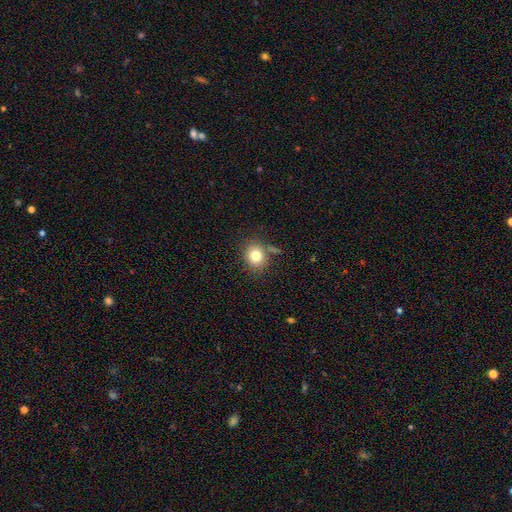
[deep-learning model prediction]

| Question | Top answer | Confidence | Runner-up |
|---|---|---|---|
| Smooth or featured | smooth | 79% | star or artifact (11%) |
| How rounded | round | 71% | in between (28%) |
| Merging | none | 74% | minor disturbance (14%) |